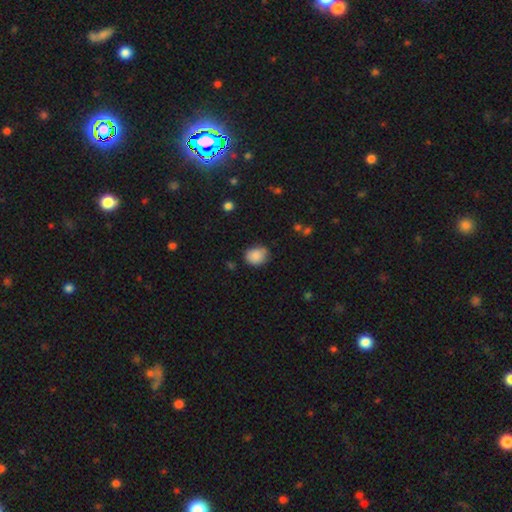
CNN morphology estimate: A smooth galaxy with no disk features (86%) that is round (57%).

Vote fractions:
- Smooth or featured? smooth: 86% / star or artifact: 8% / featured or disk: 5%
- How rounded? round: 57% / in between: 42% / cigar-shaped: 1%
- Merging? none: 69% / minor disturbance: 24% / major disturbance: 4% / merger: 3%